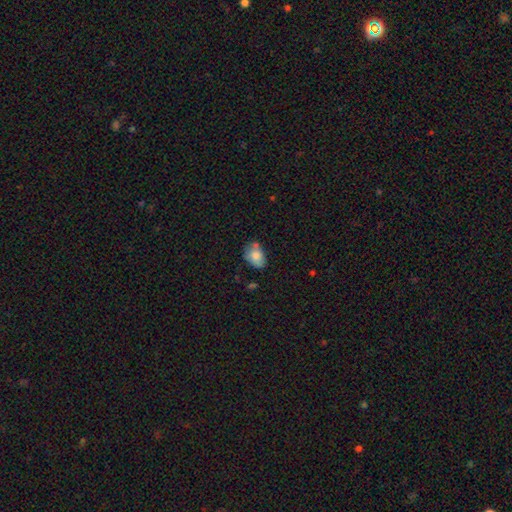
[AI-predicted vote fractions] smooth-or-featured: smooth: 74% | featured or disk: 18% | star or artifact: 8%
  how-rounded: in between: 83% | round: 16% | cigar-shaped: 1%
  merging: none: 51% | minor disturbance: 30% | merger: 11% | major disturbance: 8%